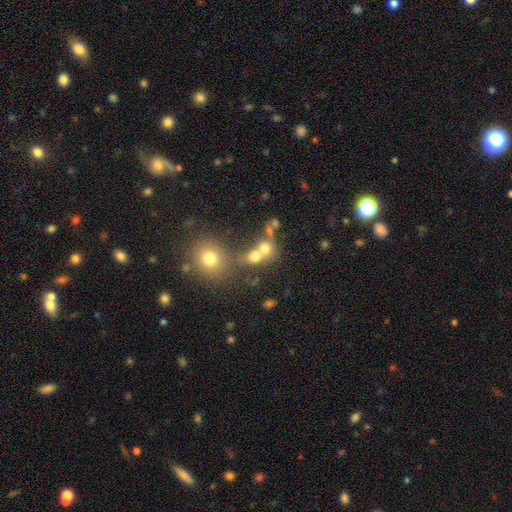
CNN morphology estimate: Overall: smooth (67%). How rounded: round (68%; in between 30%). Merging: merger (53%; none 34%).